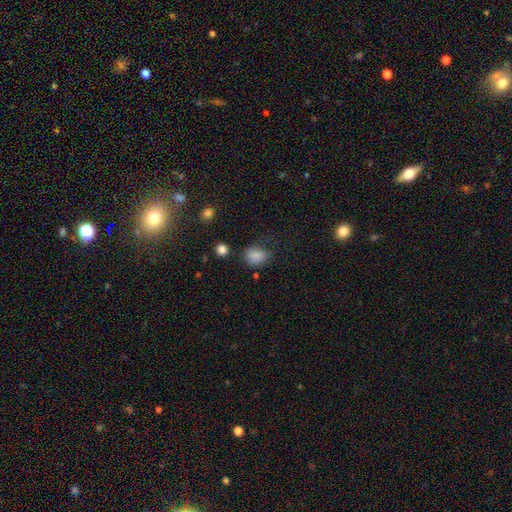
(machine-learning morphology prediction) This is clearly a smooth galaxy (83%). How rounded: likely in between (62%). Merging: possibly none (59%).